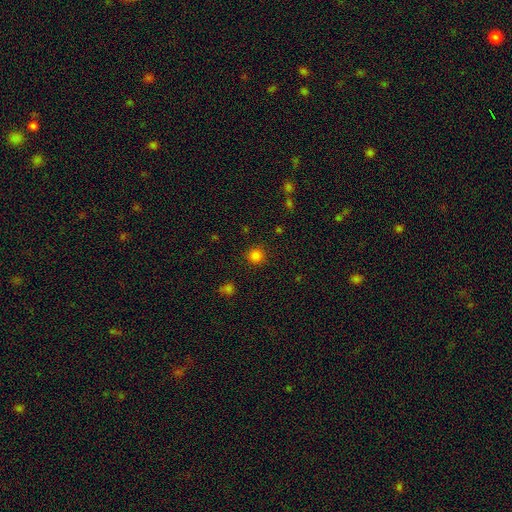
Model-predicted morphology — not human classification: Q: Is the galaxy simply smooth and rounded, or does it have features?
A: smooth — 82%.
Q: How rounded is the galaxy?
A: round — 93%.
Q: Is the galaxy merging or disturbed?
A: none — 90%.